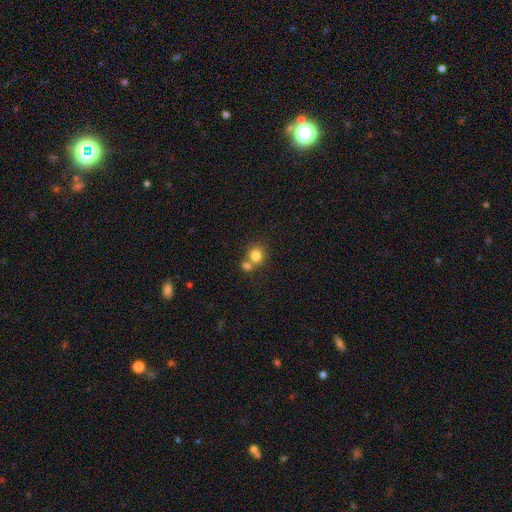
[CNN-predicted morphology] smooth_or_featured: smooth (p=0.80) [alt: star or artifact p=0.11]
how_rounded: round (p=0.84) [alt: in between p=0.15]
merging: none (p=0.50) [alt: merger p=0.39]